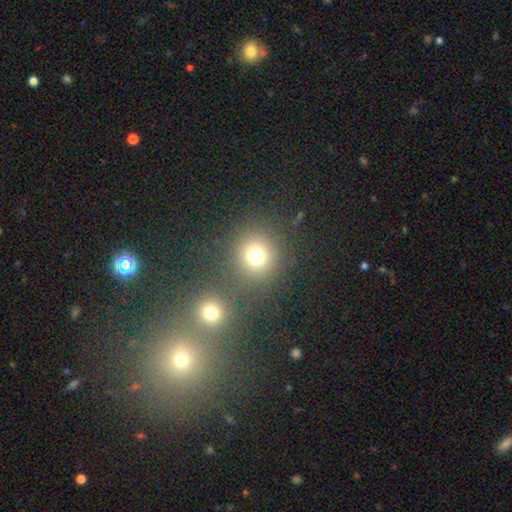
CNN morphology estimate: Smooth or featured?
  - smooth: 72% *
  - star or artifact: 19%
  - featured or disk: 8%
How rounded?
  - round: 90% *
  - in between: 9%
  - cigar-shaped: 1%
Merging?
  - none: 75% *
  - merger: 14%
  - minor disturbance: 7%
  - major disturbance: 4%